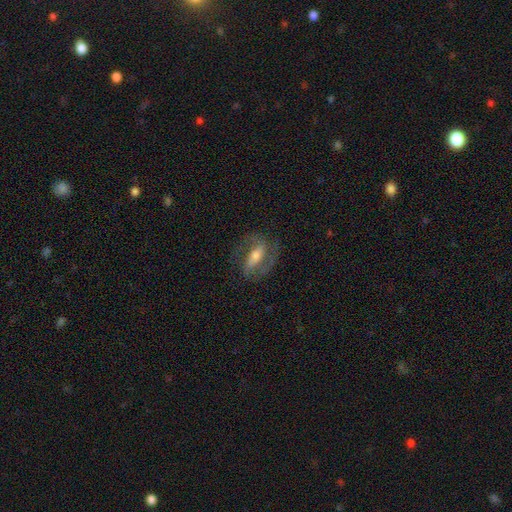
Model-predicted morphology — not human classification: type=featured or disk (78%); edge-on=no (92%); bar=strong (54%); spiral arms=yes (90%); winding=medium (51%); arm count=2 (87%); bulge=moderate (55%); merging=none (74%).